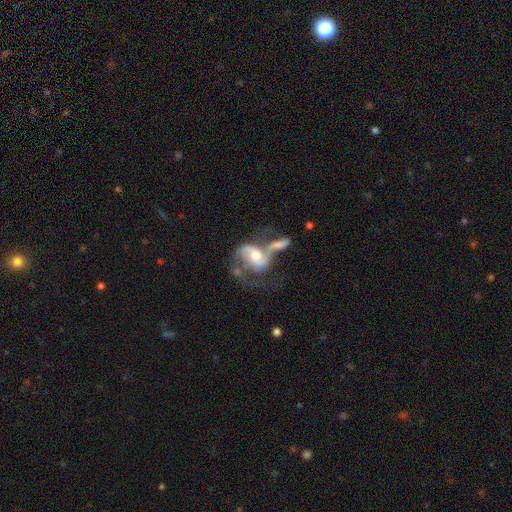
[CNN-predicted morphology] Smooth or featured? Predicted: featured or disk (p=0.77). Edge-on disk? Predicted: no (p=0.96). Bar? Predicted: no (p=0.56). Spiral arms? Predicted: yes (p=0.85). Spiral winding? Predicted: medium (p=0.42, tied with loose). Spiral arm count? Predicted: 2 (p=0.73). Bulge size? Predicted: moderate (p=0.66). Merging? Predicted: merger (p=0.47).